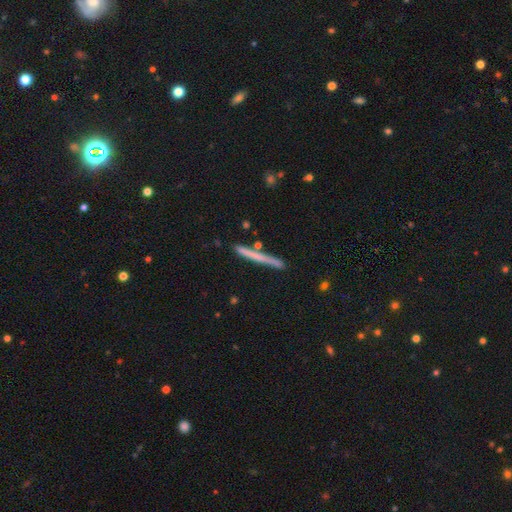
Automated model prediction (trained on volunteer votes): A smooth galaxy with no disk features (55%) that is cigar-shaped (97%).

Vote fractions:
- Smooth or featured? smooth: 55% / featured or disk: 39% / star or artifact: 6%
- How rounded? cigar-shaped: 97% / in between: 2% / round: 1%
- Merging? none: 86% / minor disturbance: 9% / merger: 3% / major disturbance: 2%